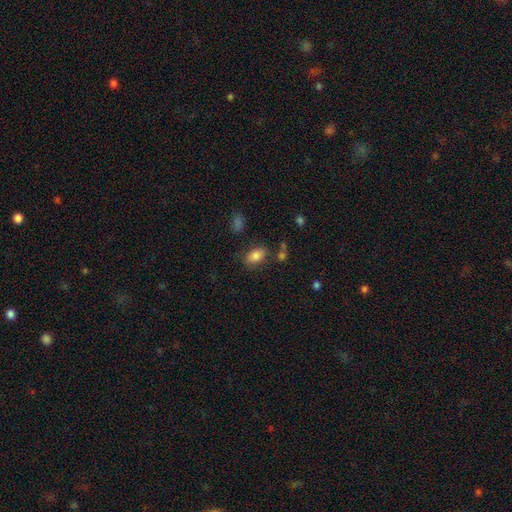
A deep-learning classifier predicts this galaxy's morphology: Smooth or featured: smooth — 83% (star or artifact — 9%)
How rounded: in between — 88% (round — 11%)
Merging: none — 74% (minor disturbance — 14%)